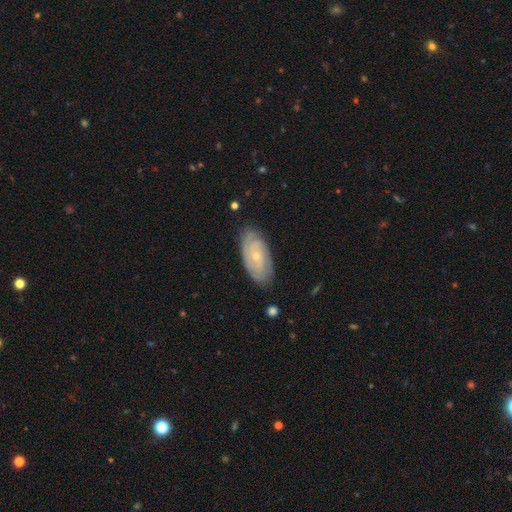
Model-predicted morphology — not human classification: smooth_or_featured: featured or disk (p=0.76) [alt: smooth p=0.18]
disk_edge_on: no (p=0.94) [alt: yes p=0.06]
bar: no (p=0.69) [alt: weak p=0.26]
has_spiral_arms: yes (p=0.93) [alt: no p=0.07]
spiral_winding: tight (p=0.69) [alt: medium p=0.26]
spiral_arm_count: 2 (p=0.41) [alt: can't tell p=0.30]
bulge_size: small (p=0.73) [alt: moderate p=0.23]
merging: none (p=0.81) [alt: minor disturbance p=0.15]